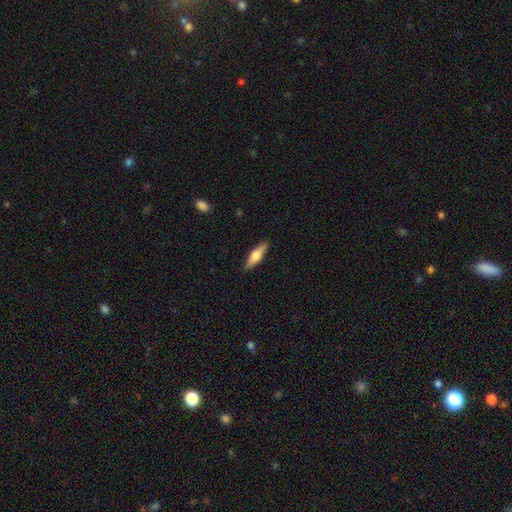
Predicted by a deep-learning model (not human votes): smooth 53%, featured or disk 41%, star or artifact 6%. Down the decision tree: how rounded — cigar-shaped (59%); merging — none (88%).